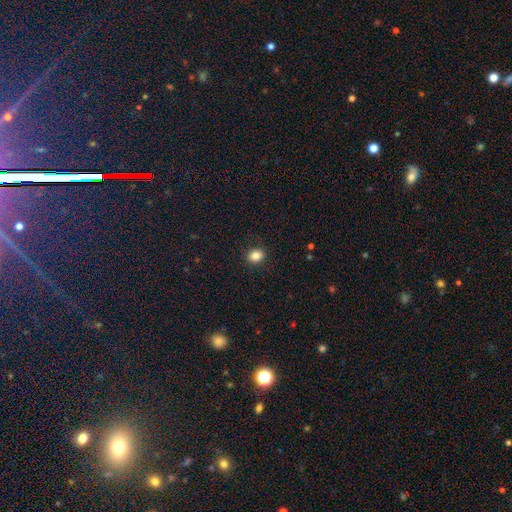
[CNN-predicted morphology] Q: Smooth or featured?
A: smooth (84%); runner-up: star or artifact (10%)
Q: How rounded?
A: in between (52%); runner-up: round (47%)
Q: Merging?
A: none (90%); runner-up: minor disturbance (7%)